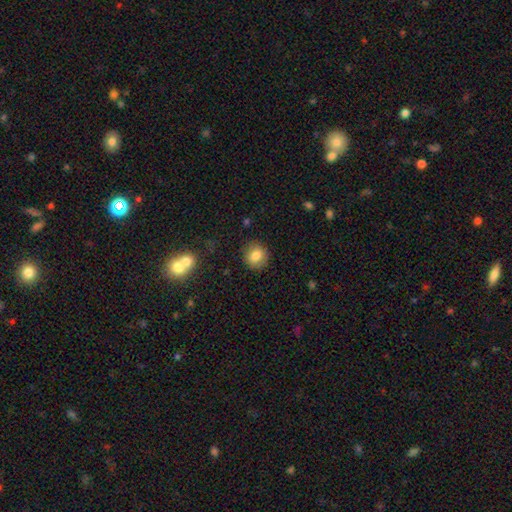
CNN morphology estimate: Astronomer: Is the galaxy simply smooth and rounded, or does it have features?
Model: smooth — 82%.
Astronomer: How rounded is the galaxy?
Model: round — 77%.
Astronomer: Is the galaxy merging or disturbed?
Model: none — 86%.